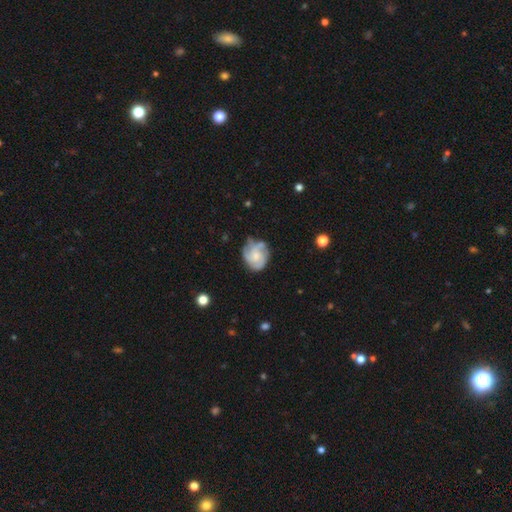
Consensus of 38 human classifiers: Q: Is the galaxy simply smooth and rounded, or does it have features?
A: featured or disk — 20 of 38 (53%).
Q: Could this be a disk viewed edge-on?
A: no — 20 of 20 (100%).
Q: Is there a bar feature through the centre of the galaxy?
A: no — 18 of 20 (90%).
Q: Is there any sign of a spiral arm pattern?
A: yes — 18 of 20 (90%).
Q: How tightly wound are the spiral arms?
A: tight — 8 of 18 (44%, tied with medium).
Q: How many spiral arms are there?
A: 3 — 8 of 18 (44%).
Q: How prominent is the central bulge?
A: small — 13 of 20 (65%).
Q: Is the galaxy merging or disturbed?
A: none — 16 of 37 (43%).